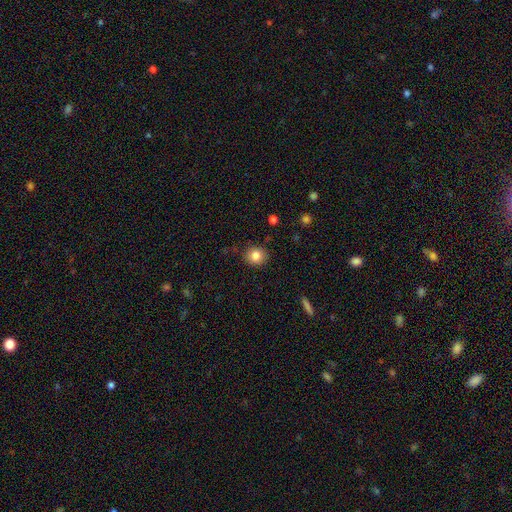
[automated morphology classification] Smooth or featured: smooth — 82% (star or artifact — 10%)
How rounded: round — 82% (in between — 17%)
Merging: none — 87% (minor disturbance — 9%)